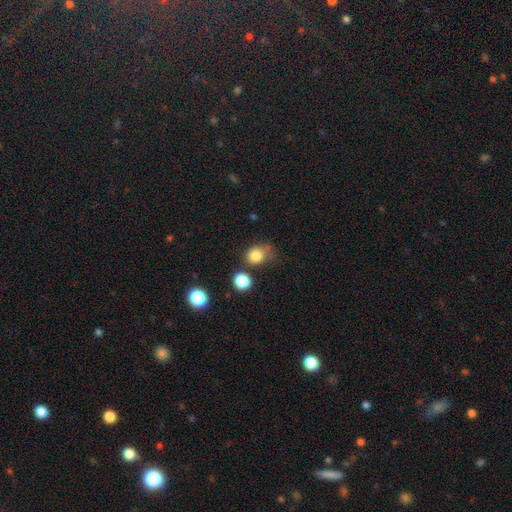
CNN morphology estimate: The model was most divided on "merging": none: 53%, minor disturbance: 26%, merger: 10%, major disturbance: 10%. More confident: smooth or featured — smooth (82%); how rounded — round (64%).